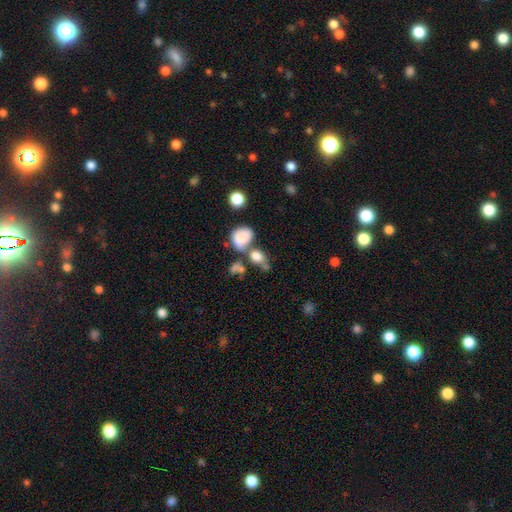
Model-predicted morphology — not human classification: Smooth or featured: smooth — 71% (featured or disk — 18%)
How rounded: in between — 52% (round — 46%)
Merging: merger — 45% (none — 31%)